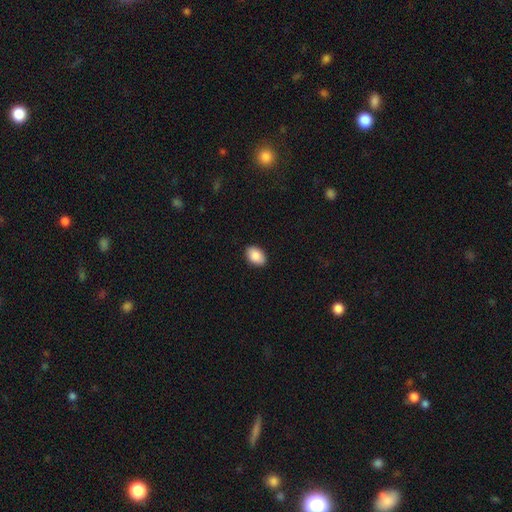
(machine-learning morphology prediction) A smooth galaxy with no disk features (88%) that is in between round and cigar-shaped (88%).

Vote fractions:
- Smooth or featured? smooth: 88% / star or artifact: 7% / featured or disk: 5%
- How rounded? in between: 88% / round: 11% / cigar-shaped: 1%
- Merging? none: 90% / minor disturbance: 8% / major disturbance: 2% / merger: 1%